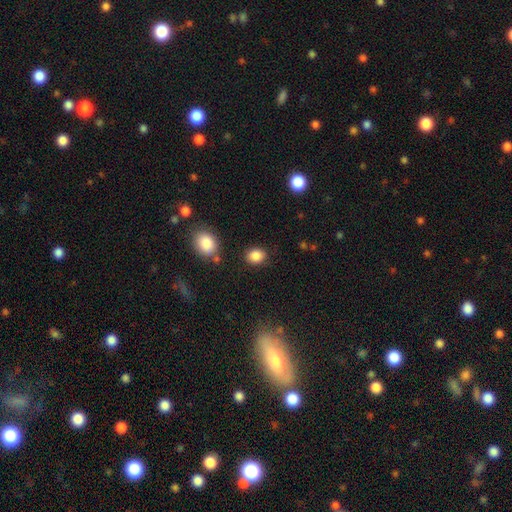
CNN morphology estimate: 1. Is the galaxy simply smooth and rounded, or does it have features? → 87% smooth, 9% star or artifact, 4% featured or disk.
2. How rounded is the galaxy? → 52% in between, 47% round, 1% cigar-shaped.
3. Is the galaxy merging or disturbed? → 82% none, 11% minor disturbance, 4% merger, 3% major disturbance.